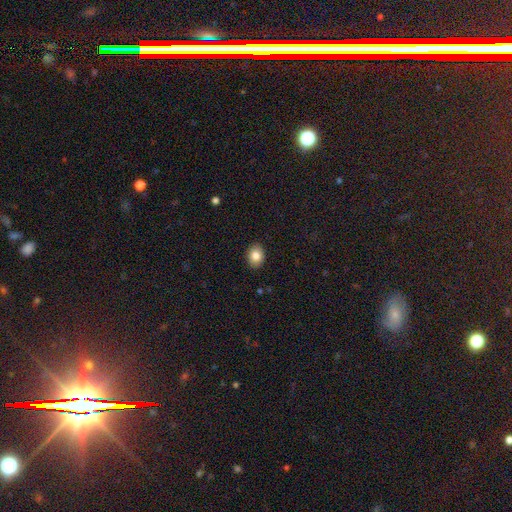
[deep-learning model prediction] Overall: smooth (84%). How rounded: in between (55%; round 44%). Merging: none (90%).